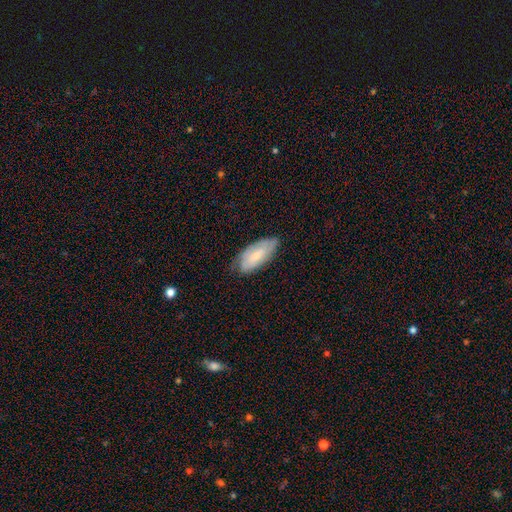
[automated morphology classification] Smooth or featured: smooth — 62% (featured or disk — 31%)
How rounded: in between — 86% (cigar-shaped — 12%)
Merging: none — 68% (minor disturbance — 25%)